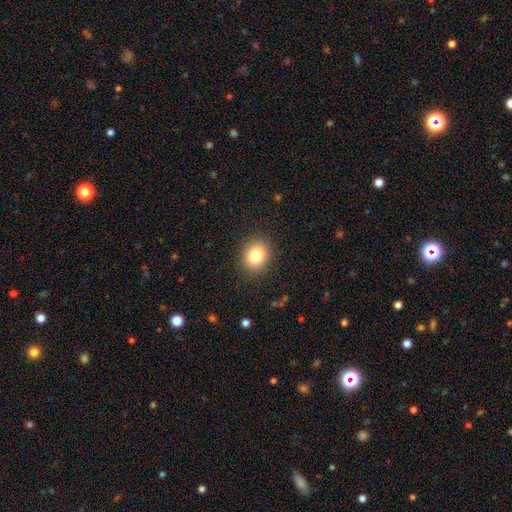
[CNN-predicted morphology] smooth_or_featured: smooth (p=0.82) [alt: star or artifact p=0.10]
how_rounded: round (p=0.56) [alt: in between p=0.43]
merging: none (p=0.88) [alt: minor disturbance p=0.09]